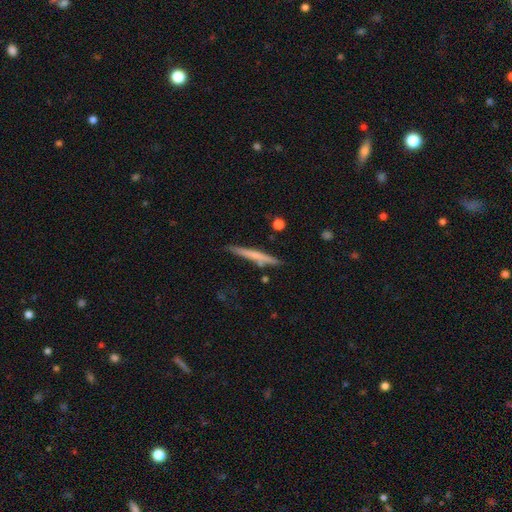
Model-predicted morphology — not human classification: Overall: smooth (50%; featured or disk 44%). Merging: none (83%).